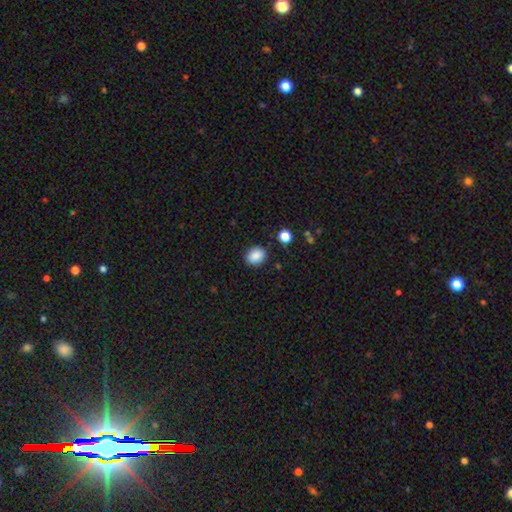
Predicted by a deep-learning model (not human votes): smooth 87%, star or artifact 9%, featured or disk 4%. Down the decision tree: how rounded — in between (53%); merging — none (86%).